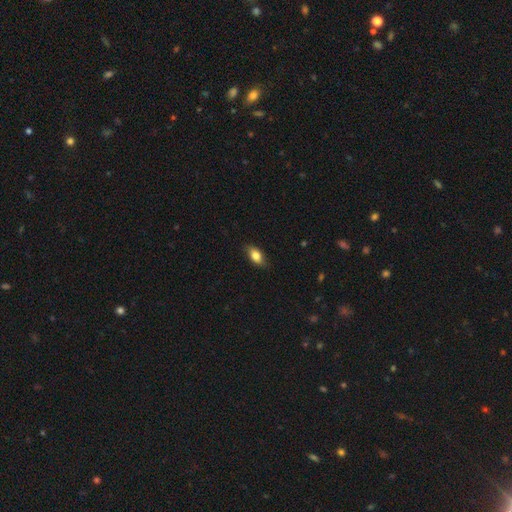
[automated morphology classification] This appears to be a smooth galaxy with no disk features (81%) that is in between round and cigar-shaped (88%). Merging: none (83%).